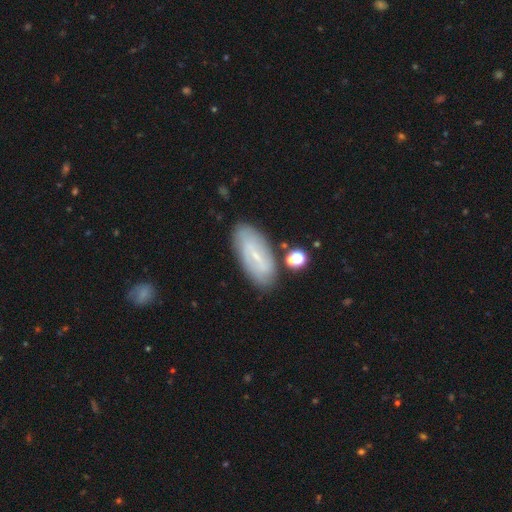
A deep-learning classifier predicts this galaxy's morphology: Overall: featured or disk (61%; smooth 31%). Edge-on disk: no (89%). Bar: weak (46%; strong 32%). Spiral arms: yes (70%). Bulge size: small (76%). Merging: none (78%).